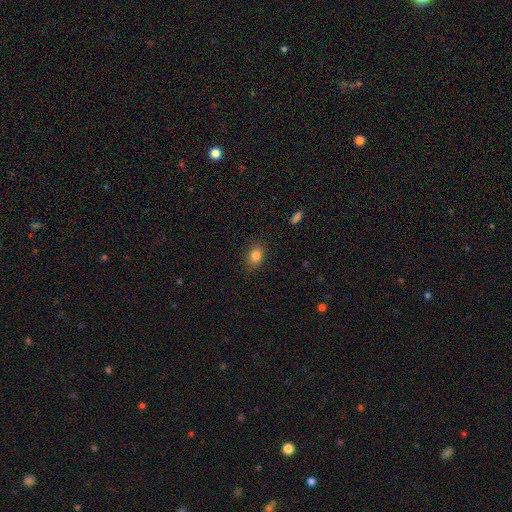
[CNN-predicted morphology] This appears to be a smooth galaxy with no disk features (83%) that is in between round and cigar-shaped (74%). Merging: none (85%).